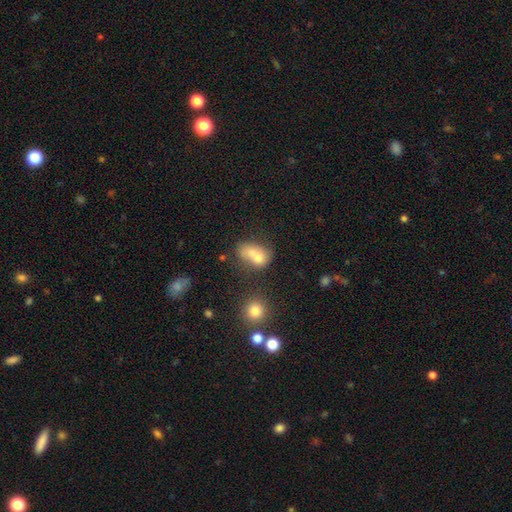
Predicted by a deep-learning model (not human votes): Q: Smooth or featured?
A: smooth (68%); runner-up: featured or disk (22%)
Q: How rounded?
A: in between (62%); runner-up: round (36%)
Q: Merging?
A: merger (66%); runner-up: none (20%)